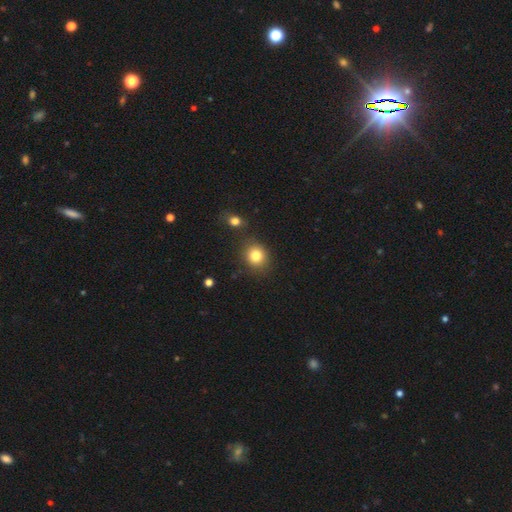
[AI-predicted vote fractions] This appears to be a smooth galaxy with no disk features (82%) that is round (75%). Merging: none (81%).